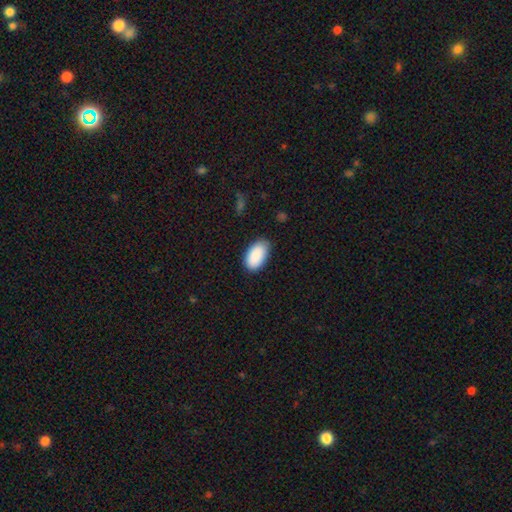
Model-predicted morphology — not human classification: Smooth or featured?
  - smooth: 90% *
  - star or artifact: 6%
  - featured or disk: 4%
How rounded?
  - in between: 95% *
  - round: 3%
  - cigar-shaped: 1%
Merging?
  - none: 81% *
  - minor disturbance: 16%
  - major disturbance: 3%
  - merger: 1%